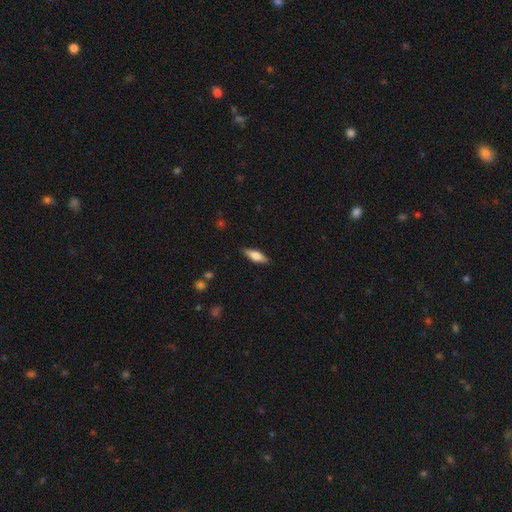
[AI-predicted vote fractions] A smooth galaxy with no disk features (63%) that is in between round and cigar-shaped (57%).

Vote fractions:
- Smooth or featured? smooth: 63% / featured or disk: 31% / star or artifact: 6%
- How rounded? in between: 57% / cigar-shaped: 40% / round: 2%
- Merging? none: 86% / minor disturbance: 10% / major disturbance: 2% / merger: 1%